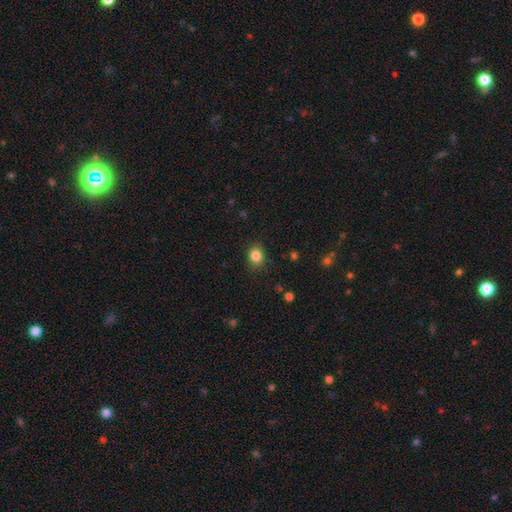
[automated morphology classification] This is clearly a smooth galaxy (84%). How rounded: likely round (62%). Merging: clearly none (85%).